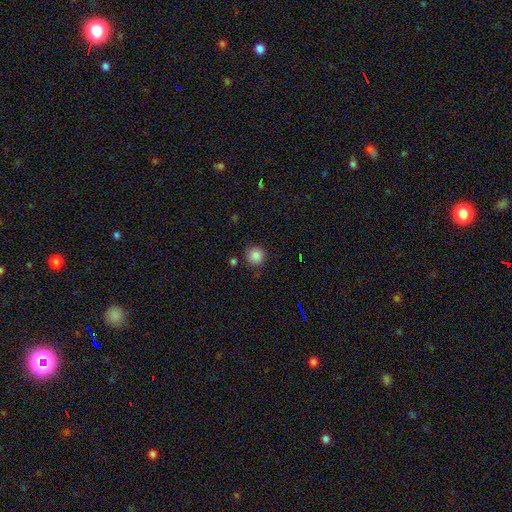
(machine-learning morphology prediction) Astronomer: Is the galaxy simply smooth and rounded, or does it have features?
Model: smooth — 86%.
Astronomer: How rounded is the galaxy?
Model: round — 94%.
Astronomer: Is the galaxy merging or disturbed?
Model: none — 85%.